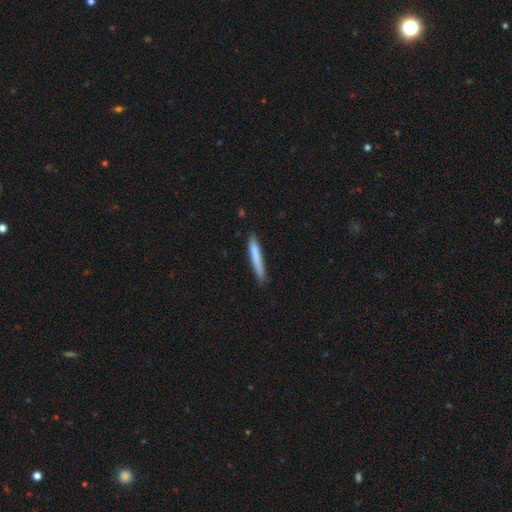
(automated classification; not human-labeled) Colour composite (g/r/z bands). It shows a smooth galaxy with no disk features (69%) that is cigar-shaped (96%). Merging: none (87%).